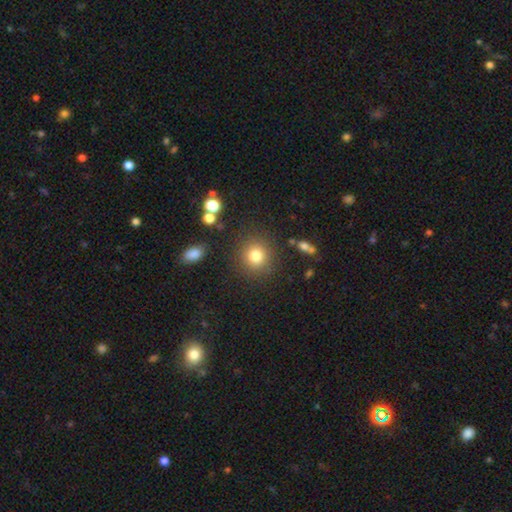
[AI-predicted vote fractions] A smooth galaxy with no disk features (81%) that is round (89%). Merging: none (86%).